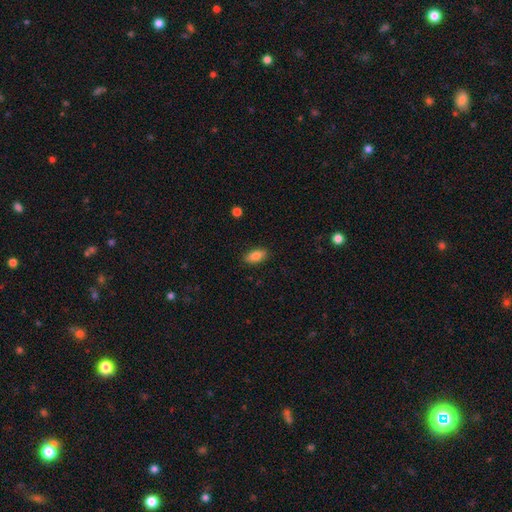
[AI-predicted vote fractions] A smooth galaxy with no disk features (83%) that is in between round and cigar-shaped (88%). Merging: none (88%).